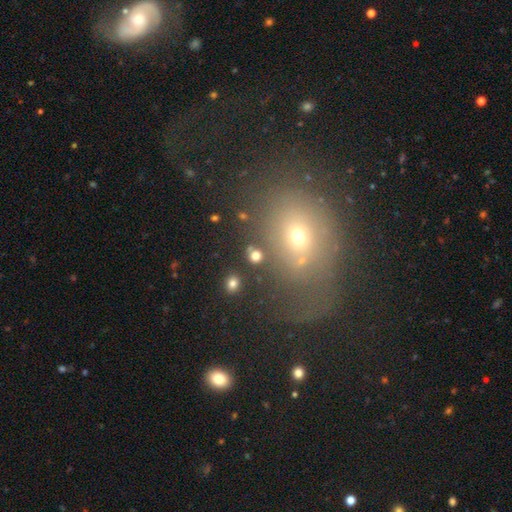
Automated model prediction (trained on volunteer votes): smooth_or_featured: smooth (p=0.75) [alt: star or artifact p=0.17]
how_rounded: round (p=0.67) [alt: in between p=0.31]
merging: none (p=0.82) [alt: minor disturbance p=0.07]